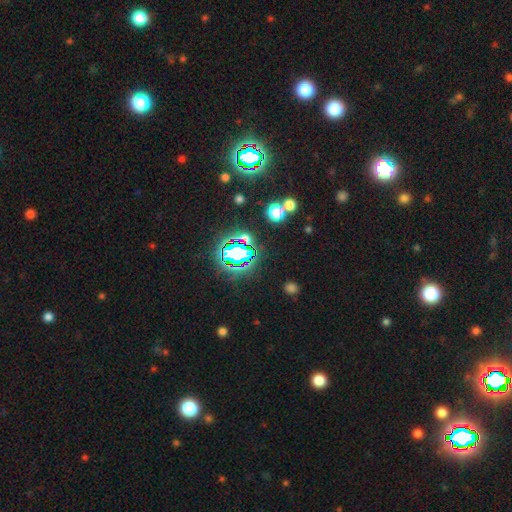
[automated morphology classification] Smooth or featured? star or artifact (79%)